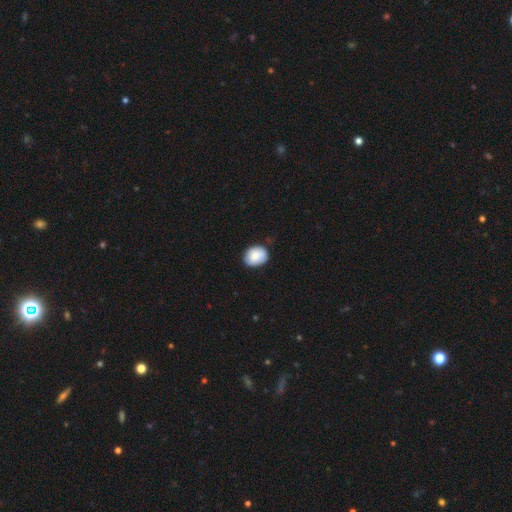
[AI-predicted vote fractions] This appears to be a smooth galaxy with no disk features (78%) that is in between round and cigar-shaped (52%). Merging: none (77%).